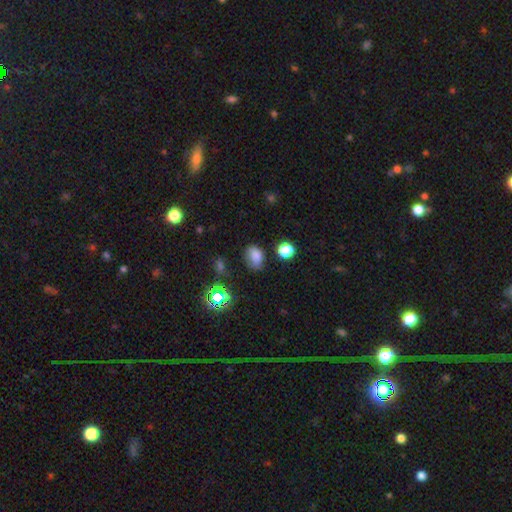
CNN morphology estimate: Smooth or featured: smooth — 76% (star or artifact — 17%)
How rounded: in between — 75% (round — 23%)
Merging: none — 67% (minor disturbance — 23%)